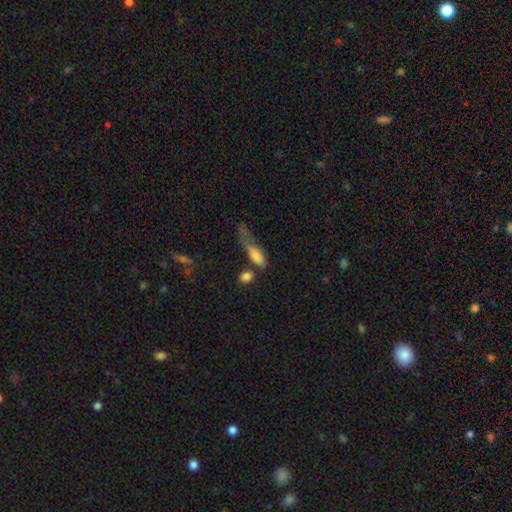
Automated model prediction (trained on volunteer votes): Morphology: type=smooth (78%); roundness=in between (68%); merging=major disturbance (34%).